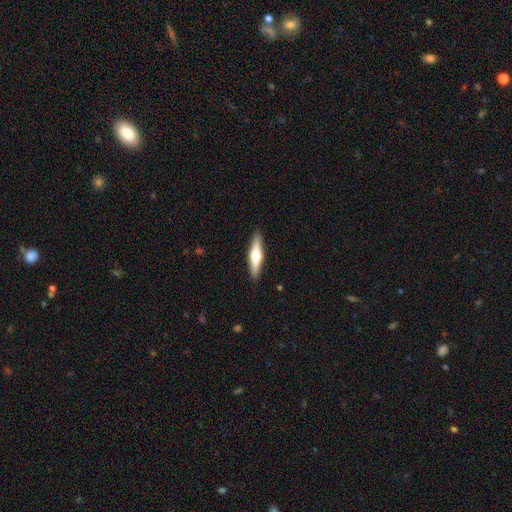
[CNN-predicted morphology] type=featured or disk (53%); edge-on=yes (94%); merging=none (90%).